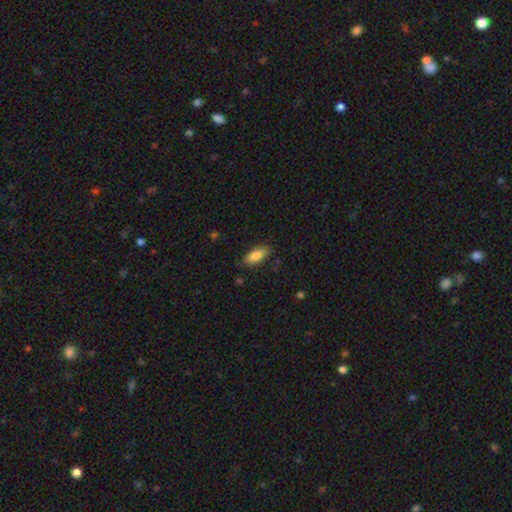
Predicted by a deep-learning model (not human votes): This is clearly a smooth galaxy (82%). How rounded: likely in between (80%). Merging: clearly none (83%).